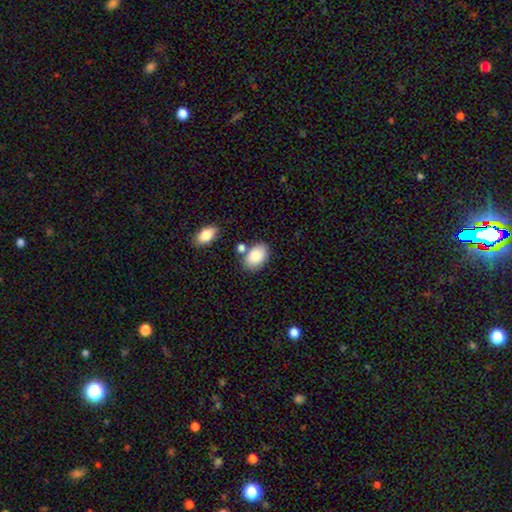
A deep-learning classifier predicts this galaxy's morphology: A smooth galaxy with no disk features (87%) that is in between round and cigar-shaped (87%).

Vote fractions:
- Smooth or featured? smooth: 87% / star or artifact: 7% / featured or disk: 7%
- How rounded? in between: 87% / round: 11% / cigar-shaped: 1%
- Merging? none: 68% / minor disturbance: 15% / merger: 14% / major disturbance: 4%